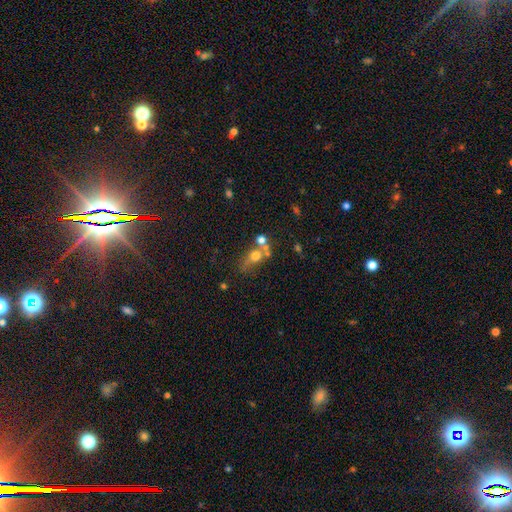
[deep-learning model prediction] Smooth or featured? Predicted: smooth (p=0.59). How rounded? Predicted: round (p=0.58). Merging? Predicted: none (p=0.39).